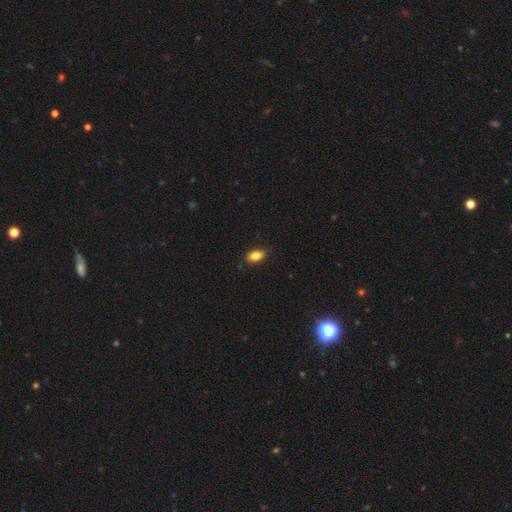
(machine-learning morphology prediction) Smooth or featured?
  - smooth: 84% *
  - star or artifact: 8%
  - featured or disk: 8%
How rounded?
  - in between: 89% *
  - round: 7%
  - cigar-shaped: 4%
Merging?
  - none: 87% *
  - minor disturbance: 10%
  - major disturbance: 2%
  - merger: 1%